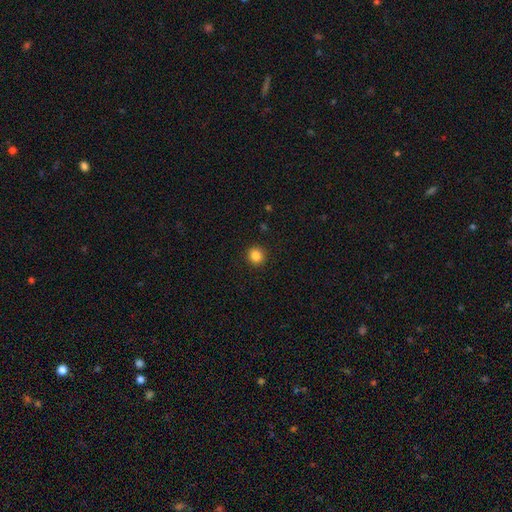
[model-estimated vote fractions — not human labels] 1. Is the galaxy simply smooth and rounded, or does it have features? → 85% smooth, 11% star or artifact, 4% featured or disk.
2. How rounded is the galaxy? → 93% round, 6% in between, 1% cigar-shaped.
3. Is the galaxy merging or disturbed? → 92% none, 5% minor disturbance, 2% major disturbance, 1% merger.